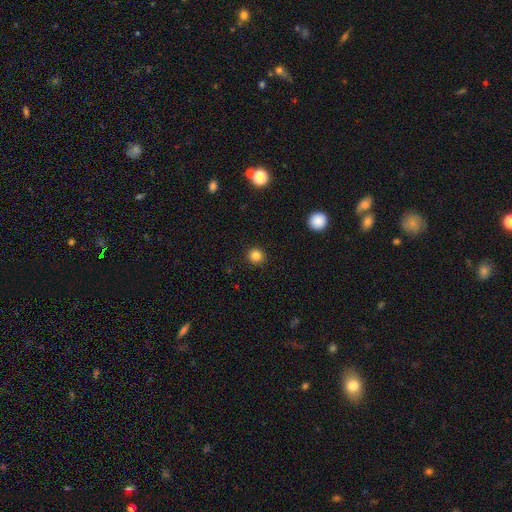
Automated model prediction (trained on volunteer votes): This is clearly a smooth galaxy (84%). How rounded: clearly round (94%). Merging: clearly none (93%).